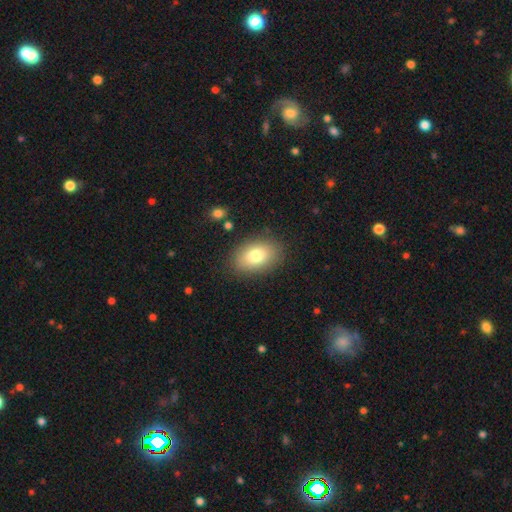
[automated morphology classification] type=smooth (79%); roundness=in between (85%); merging=none (85%).